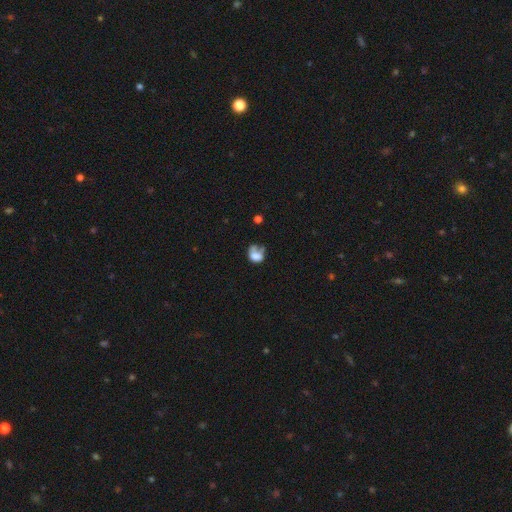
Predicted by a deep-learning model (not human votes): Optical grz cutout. It shows a smooth galaxy with no disk features (64%) that is in between round and cigar-shaped (65%). Merging: major disturbance (30%).